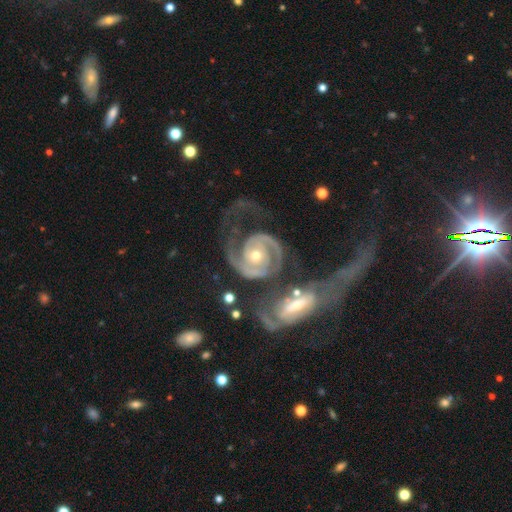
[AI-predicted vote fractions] Smooth or featured: featured or disk — 93% (smooth — 4%)
Edge-on disk: no — 98% (yes — 2%)
Bar: no — 61% (weak — 24%)
Spiral arms: yes — 98% (no — 2%)
Spiral winding: tight — 48% (medium — 41%)
Spiral arm count: 2 — 85% (3 — 5%)
Bulge size: moderate — 48% (small — 47%)
Merging: merger — 36% (none — 31%)